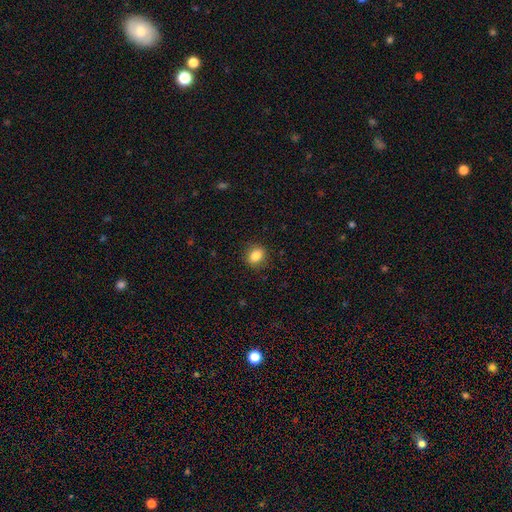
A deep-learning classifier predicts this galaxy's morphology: Smooth or featured?
  - smooth: 85% *
  - star or artifact: 10%
  - featured or disk: 5%
How rounded?
  - round: 53% *
  - in between: 46%
  - cigar-shaped: 1%
Merging?
  - none: 88% *
  - minor disturbance: 9%
  - major disturbance: 2%
  - merger: 1%